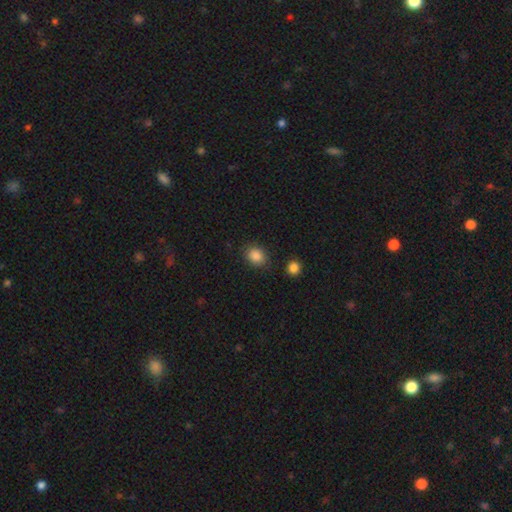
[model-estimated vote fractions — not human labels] The model was most divided on "how rounded": round: 52%, in between: 47%, cigar-shaped: 1%. More confident: smooth or featured — smooth (87%); merging — none (81%).